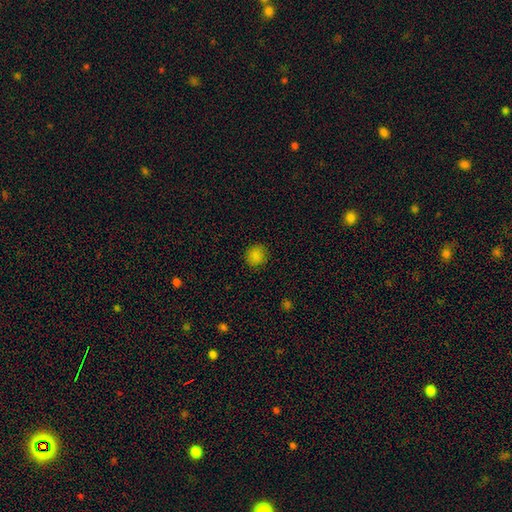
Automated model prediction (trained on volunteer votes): Morphology: type=smooth (84%); roundness=round (86%); merging=none (90%).